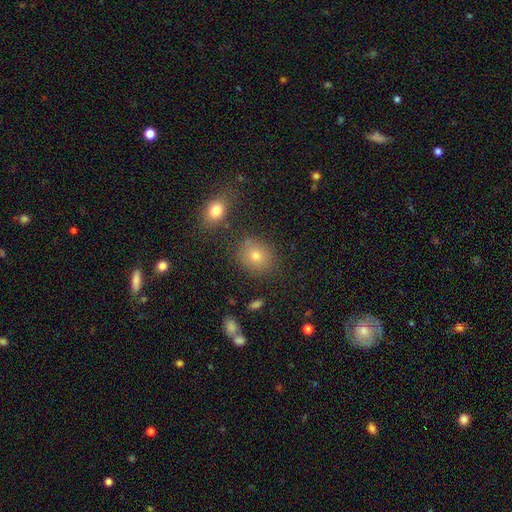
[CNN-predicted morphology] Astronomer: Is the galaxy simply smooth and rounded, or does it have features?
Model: smooth — 74%.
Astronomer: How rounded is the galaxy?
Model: round — 62%.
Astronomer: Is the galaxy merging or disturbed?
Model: none — 82%.